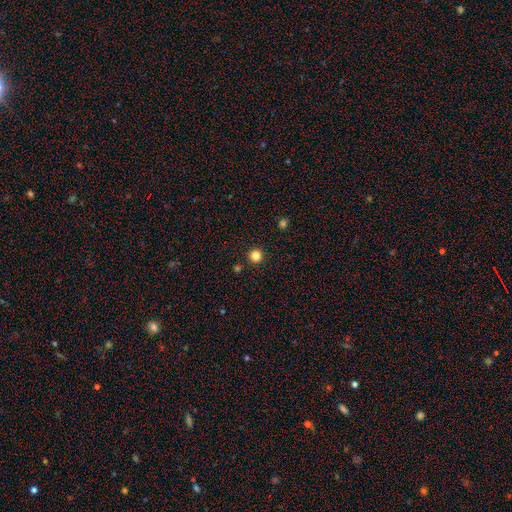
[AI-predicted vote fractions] This is clearly a smooth galaxy (83%). How rounded: clearly round (96%). Merging: clearly none (93%).